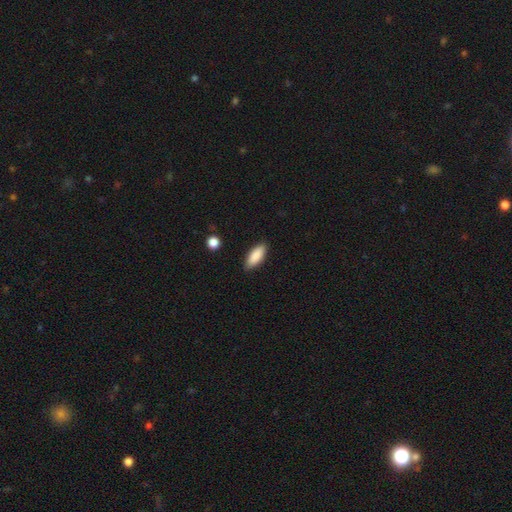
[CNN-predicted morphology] Smooth or featured?
  - smooth: 87% *
  - featured or disk: 6%
  - star or artifact: 6%
How rounded?
  - in between: 75% *
  - cigar-shaped: 23%
  - round: 2%
Merging?
  - none: 87% *
  - minor disturbance: 10%
  - major disturbance: 2%
  - merger: 1%